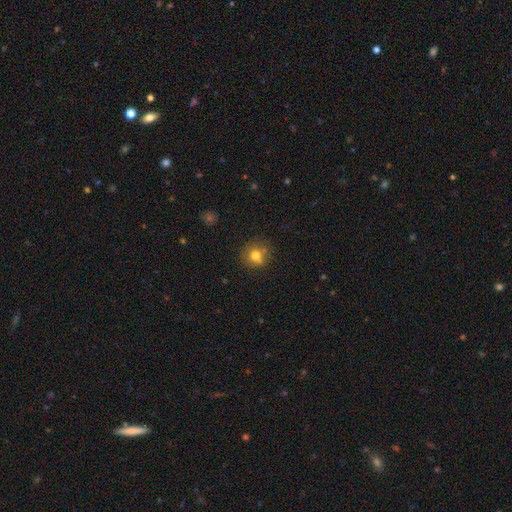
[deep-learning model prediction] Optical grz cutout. It shows a smooth galaxy with no disk features (75%) that is round (86%). Merging: none (69%).